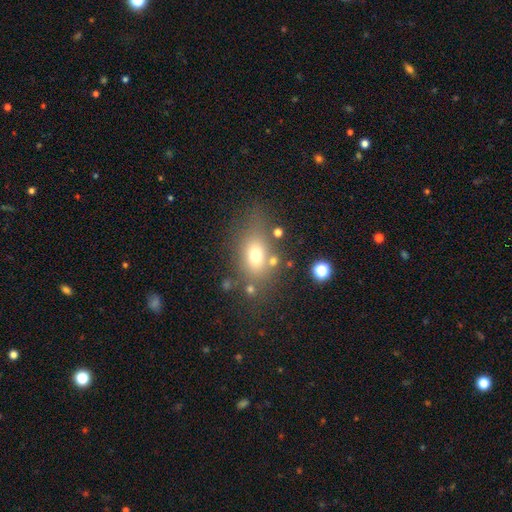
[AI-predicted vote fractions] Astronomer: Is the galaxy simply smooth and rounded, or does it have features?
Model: smooth — 68%.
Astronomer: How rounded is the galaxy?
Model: in between — 71%.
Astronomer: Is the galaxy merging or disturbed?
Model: none — 64%.